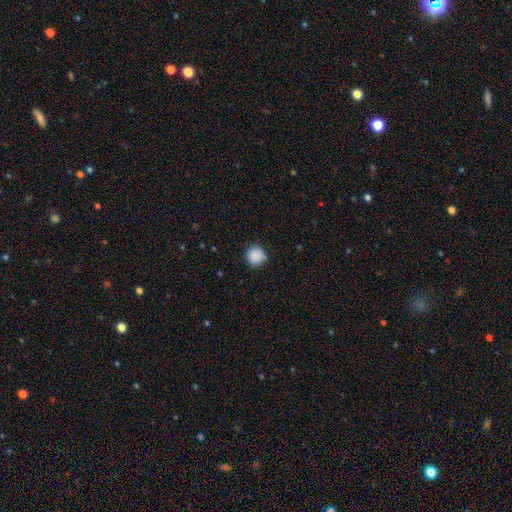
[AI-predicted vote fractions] A smooth galaxy with no disk features (89%) that is round (94%).

Vote fractions:
- Smooth or featured? smooth: 89% / star or artifact: 9% / featured or disk: 3%
- How rounded? round: 94% / in between: 5% / cigar-shaped: 1%
- Merging? none: 87% / minor disturbance: 10% / major disturbance: 2% / merger: 1%